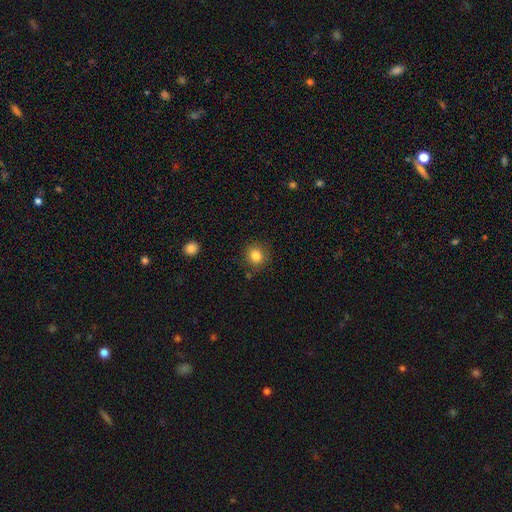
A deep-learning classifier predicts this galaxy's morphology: This is clearly a smooth galaxy (83%). How rounded: clearly round (87%). Merging: clearly none (86%).